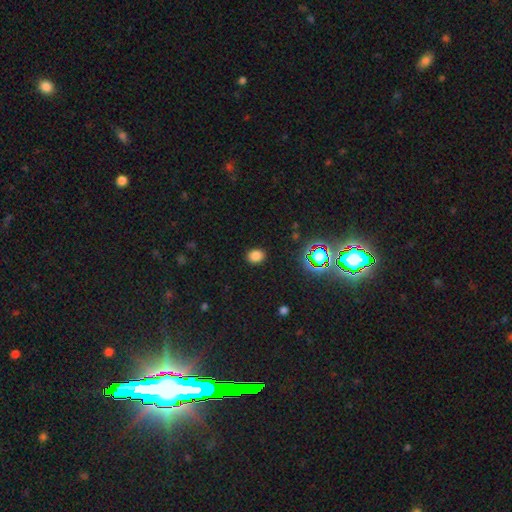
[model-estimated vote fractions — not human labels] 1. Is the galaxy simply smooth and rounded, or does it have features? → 79% smooth, 17% star or artifact, 4% featured or disk.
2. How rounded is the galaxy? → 56% round, 43% in between, 1% cigar-shaped.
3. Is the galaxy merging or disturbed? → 88% none, 8% minor disturbance, 3% major disturbance, 1% merger.